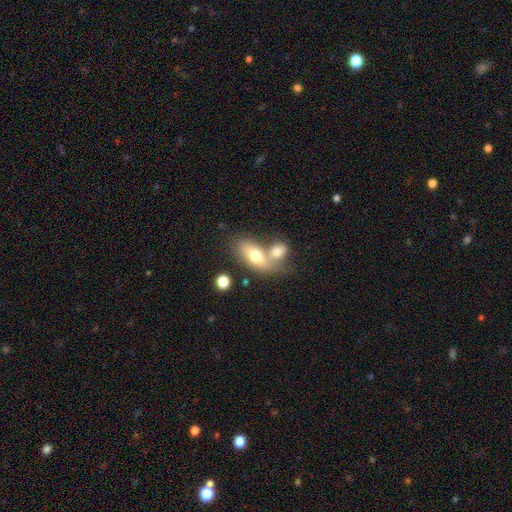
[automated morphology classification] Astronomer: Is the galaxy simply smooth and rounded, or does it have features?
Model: smooth — 68%.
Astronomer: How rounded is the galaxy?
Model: in between — 85%.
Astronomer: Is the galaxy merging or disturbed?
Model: merger — 58%.